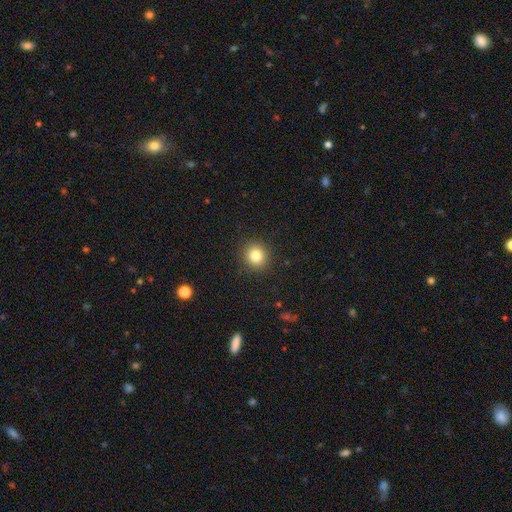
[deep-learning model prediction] Q: Smooth or featured?
A: smooth (83%); runner-up: star or artifact (11%)
Q: How rounded?
A: round (87%); runner-up: in between (12%)
Q: Merging?
A: none (90%); runner-up: minor disturbance (7%)